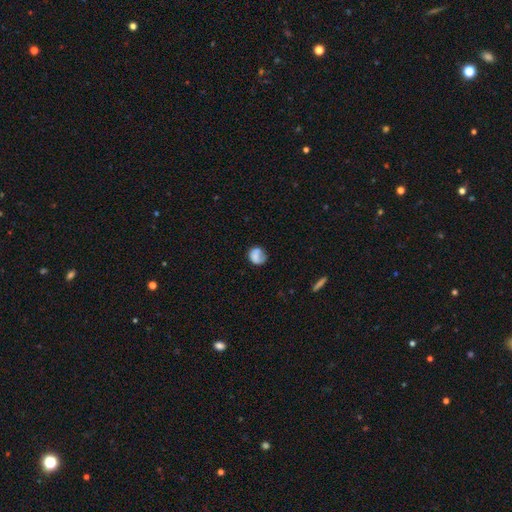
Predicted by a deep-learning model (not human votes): Smooth or featured?
  - smooth: 71% *
  - featured or disk: 20%
  - star or artifact: 9%
How rounded?
  - round: 68% *
  - in between: 31%
  - cigar-shaped: 1%
Merging?
  - none: 52% *
  - minor disturbance: 27%
  - major disturbance: 15%
  - merger: 6%